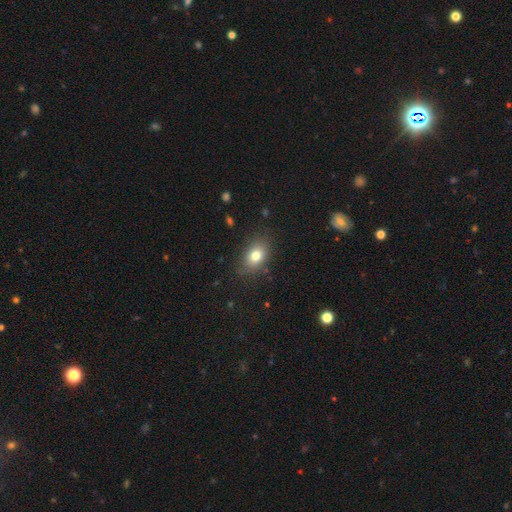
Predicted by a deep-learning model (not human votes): smooth 79%, featured or disk 11%, star or artifact 10%. Down the decision tree: how rounded — in between (76%); merging — none (83%).